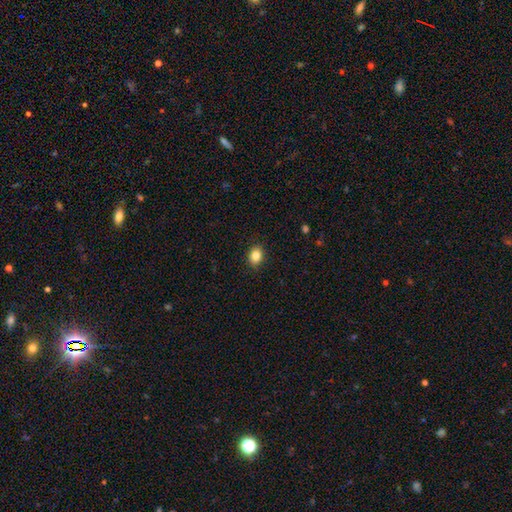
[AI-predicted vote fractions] Smooth or featured? Predicted: smooth (p=0.85). How rounded? Predicted: in between (p=0.61). Merging? Predicted: none (p=0.90).